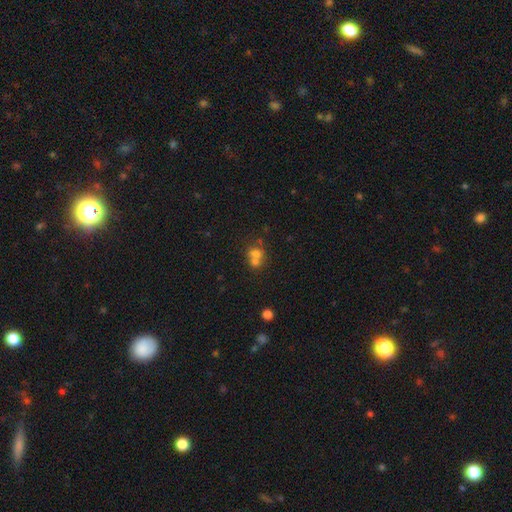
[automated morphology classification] The model was most divided on "merging": merger: 59%, none: 29%, minor disturbance: 7%, major disturbance: 4%. More confident: how rounded — round (65%); smooth or featured — smooth (62%).